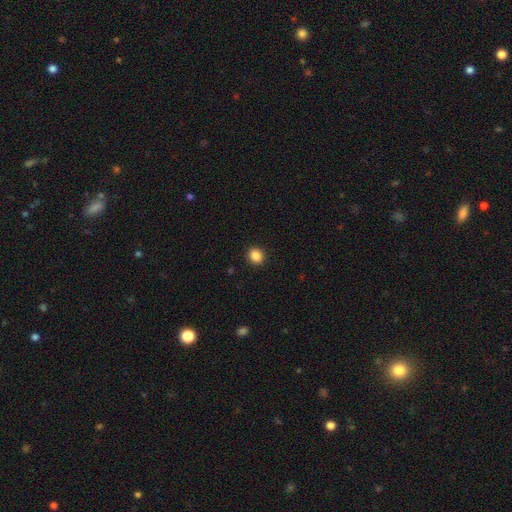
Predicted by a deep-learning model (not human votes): Smooth or featured? Predicted: smooth (p=0.88). How rounded? Predicted: round (p=0.69). Merging? Predicted: none (p=0.91).